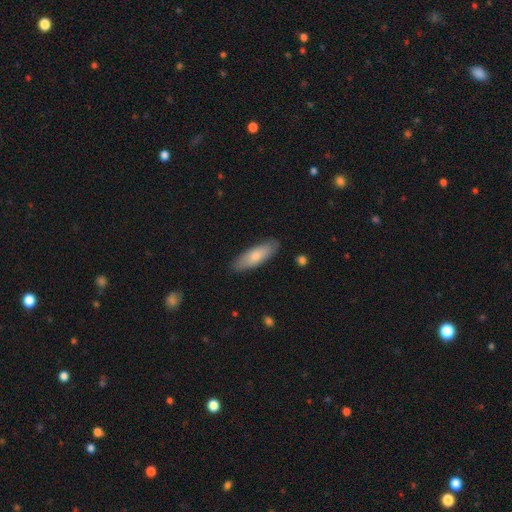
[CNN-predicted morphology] Overall: smooth (76%). How rounded: in between (57%; cigar-shaped 41%). Merging: none (86%).